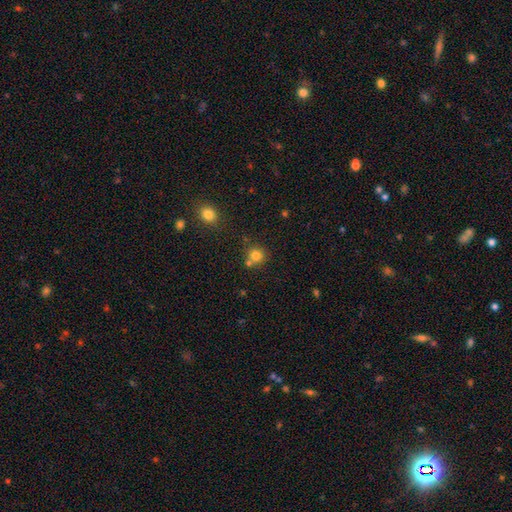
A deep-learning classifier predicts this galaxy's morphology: Overall: smooth (78%). How rounded: round (88%). Merging: none (61%; merger 27%).